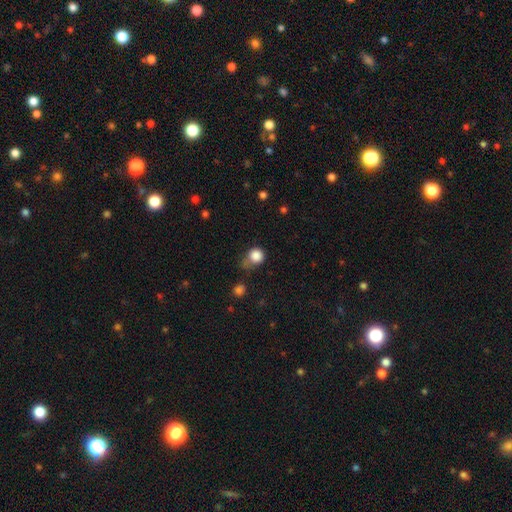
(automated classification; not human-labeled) smooth 84%, star or artifact 10%, featured or disk 5%. Down the decision tree: how rounded — round (82%); merging — none (44%).